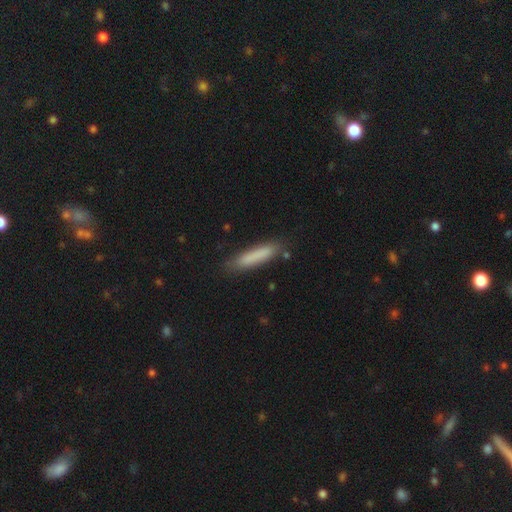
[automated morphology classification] The model was most divided on "smooth or featured": smooth: 81%, featured or disk: 12%, star or artifact: 7%. More confident: how rounded — cigar-shaped (87%); merging — none (82%).